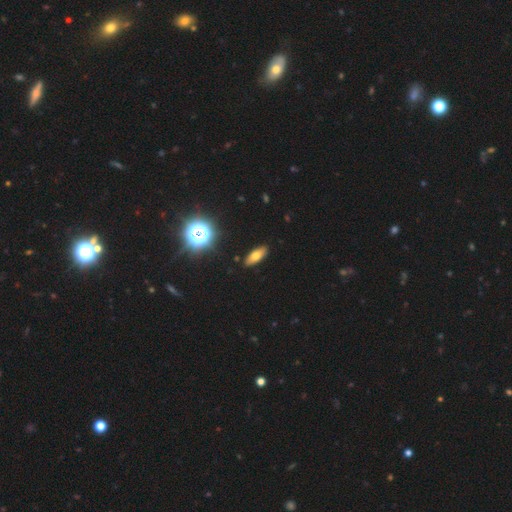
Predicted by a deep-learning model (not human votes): This is likely a smooth galaxy (65%). How rounded: likely in between (71%). Merging: clearly none (89%).